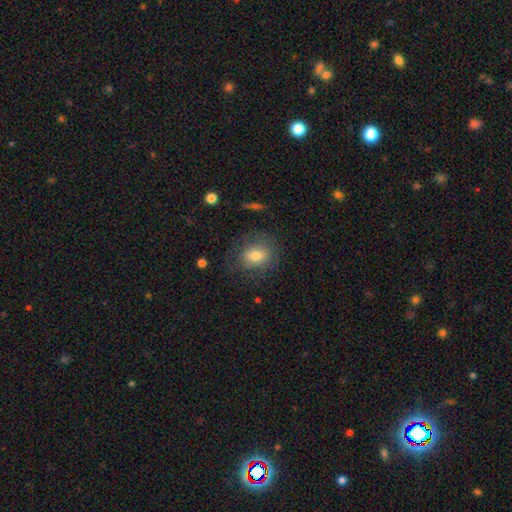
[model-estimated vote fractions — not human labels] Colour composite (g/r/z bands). It shows a smooth galaxy with no disk features (69%) that is round (51%). Merging: none (69%).